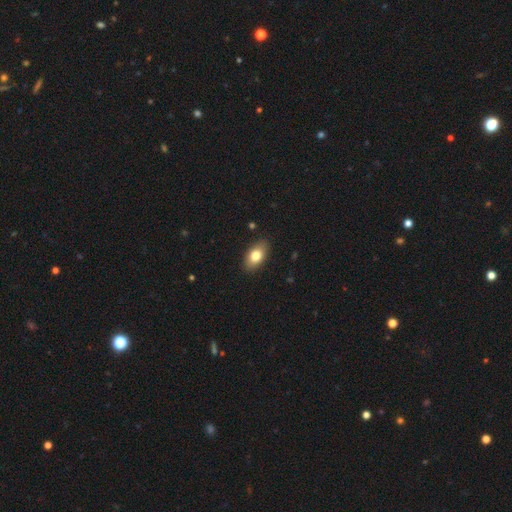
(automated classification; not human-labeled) Smooth or featured: smooth — 78% (featured or disk — 15%)
How rounded: in between — 90% (round — 7%)
Merging: none — 87% (minor disturbance — 10%)